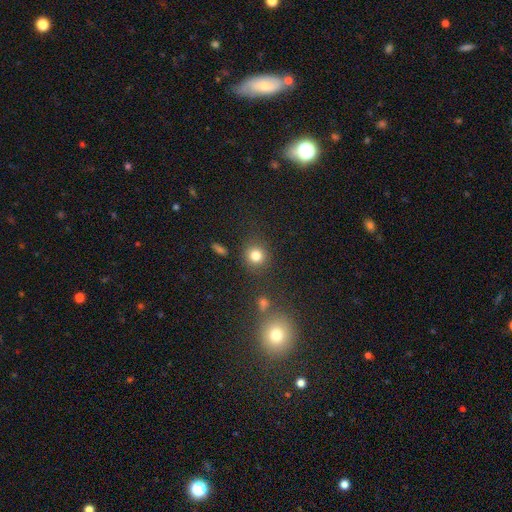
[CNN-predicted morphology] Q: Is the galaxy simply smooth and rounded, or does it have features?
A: smooth — 82%.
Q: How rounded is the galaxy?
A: round — 89%.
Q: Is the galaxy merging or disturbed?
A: none — 82%.